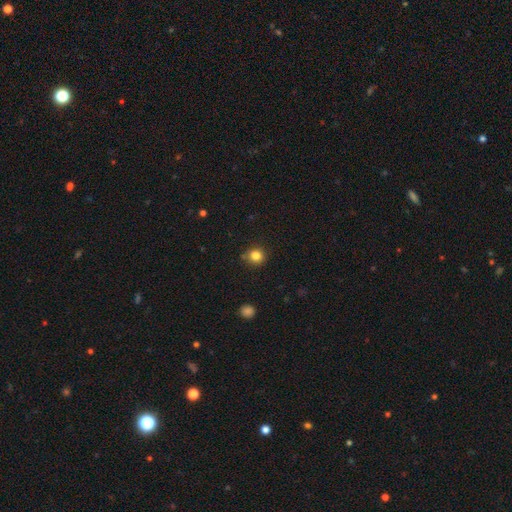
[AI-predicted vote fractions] This is clearly a smooth galaxy (83%). How rounded: clearly round (88%). Merging: clearly none (82%).